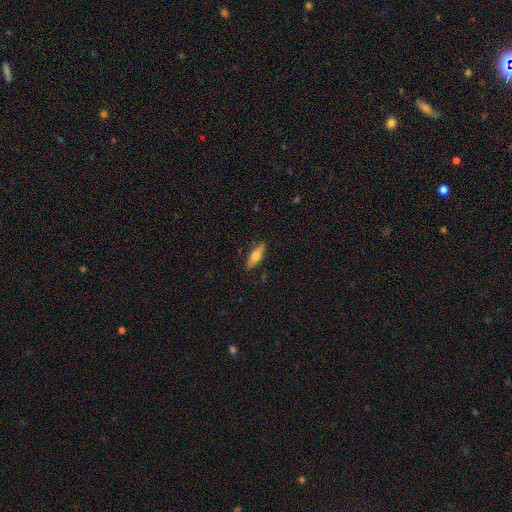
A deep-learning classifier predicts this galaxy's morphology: Smooth or featured? Predicted: smooth (p=0.63). How rounded? Predicted: in between (p=0.54). Merging? Predicted: none (p=0.85).